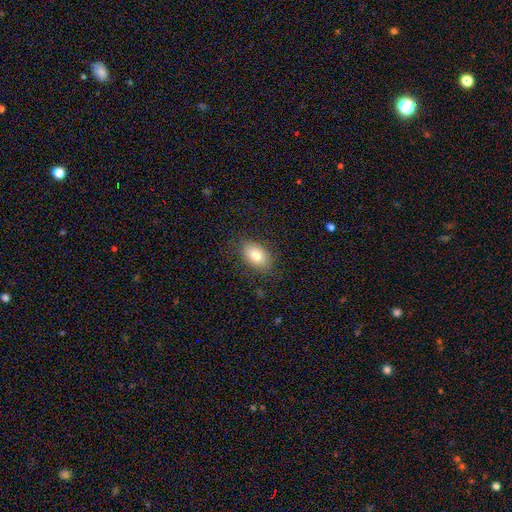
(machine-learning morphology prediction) Smooth or featured: smooth — 79% (featured or disk — 13%)
How rounded: in between — 84% (round — 15%)
Merging: none — 83% (minor disturbance — 12%)